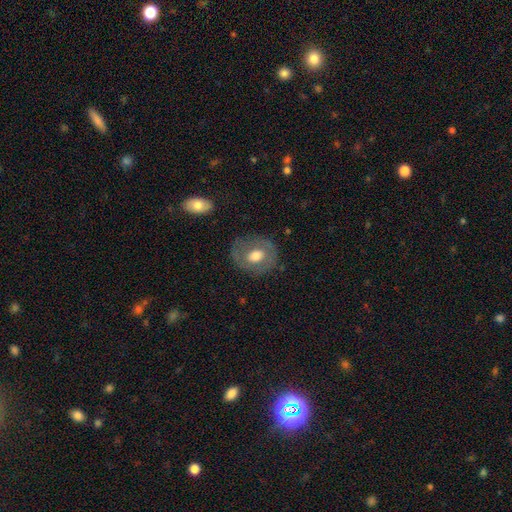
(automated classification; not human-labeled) Morphology: type=smooth (53%); roundness=round (62%); merging=none (75%).